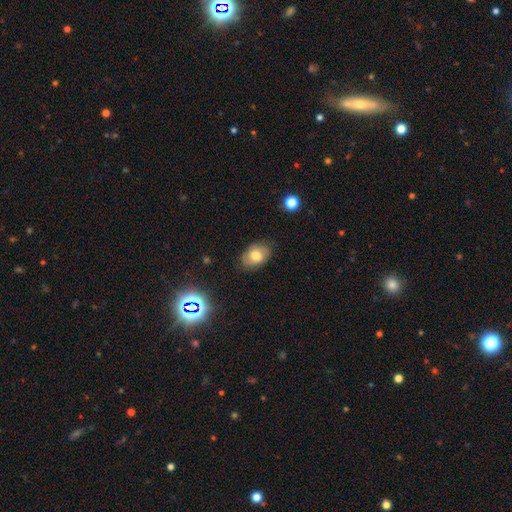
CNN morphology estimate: Smooth or featured: smooth — 68% (featured or disk — 22%)
How rounded: in between — 80% (round — 19%)
Merging: none — 75% (minor disturbance — 19%)